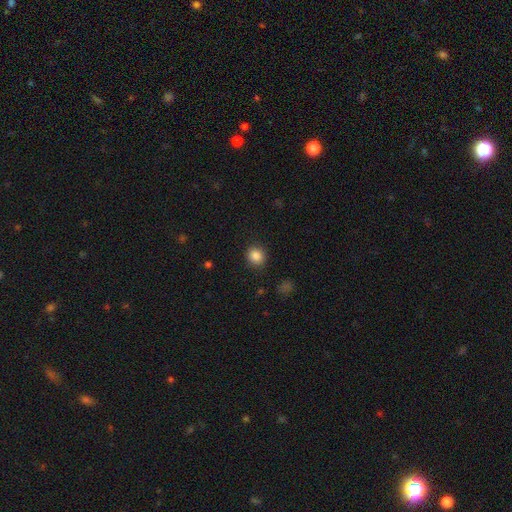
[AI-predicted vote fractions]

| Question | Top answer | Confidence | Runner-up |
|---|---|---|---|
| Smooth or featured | smooth | 86% | star or artifact (10%) |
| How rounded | round | 83% | in between (16%) |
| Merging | none | 89% | minor disturbance (8%) |